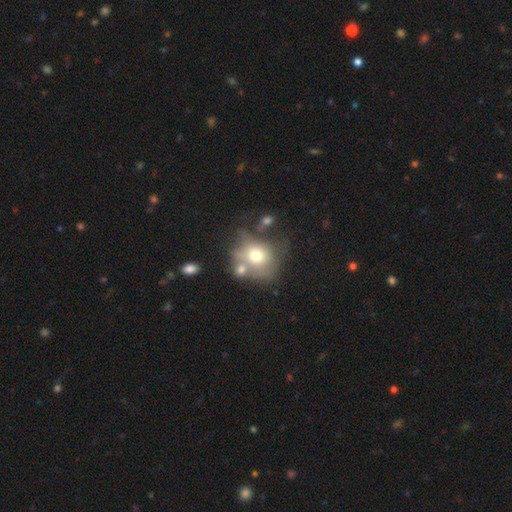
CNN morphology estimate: Smooth or featured: smooth — 64% (featured or disk — 25%)
How rounded: round — 73% (in between — 26%)
Merging: none — 37% (merger — 30%)